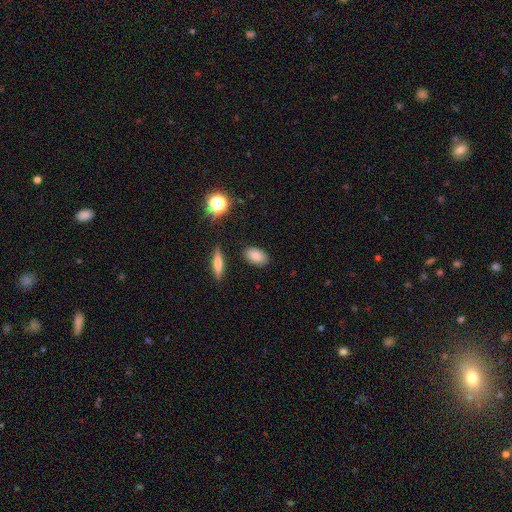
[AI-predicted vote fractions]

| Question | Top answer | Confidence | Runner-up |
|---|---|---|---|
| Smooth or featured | smooth | 83% | star or artifact (10%) |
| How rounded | in between | 88% | round (9%) |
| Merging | none | 86% | minor disturbance (9%) |